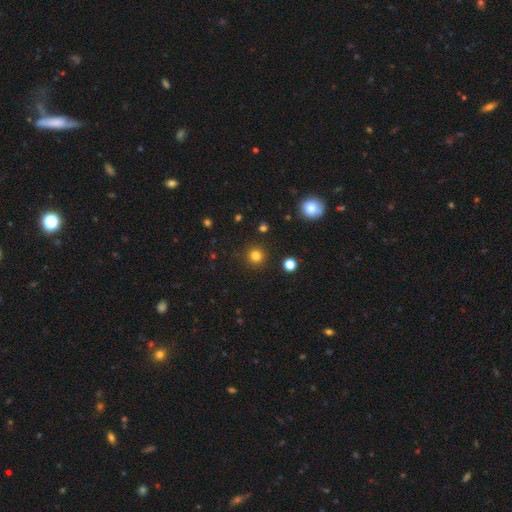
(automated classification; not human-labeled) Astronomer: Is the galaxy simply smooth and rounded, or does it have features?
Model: smooth — 81%.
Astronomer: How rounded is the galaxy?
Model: round — 95%.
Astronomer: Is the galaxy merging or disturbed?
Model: none — 91%.